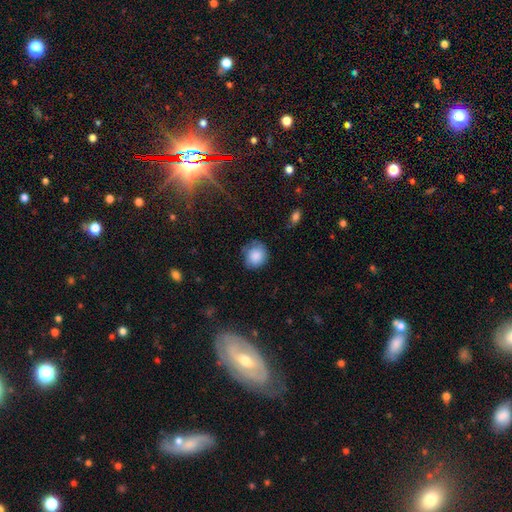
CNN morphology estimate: This appears to be a smooth galaxy with no disk features (83%) that is round (79%). Merging: none (65%).